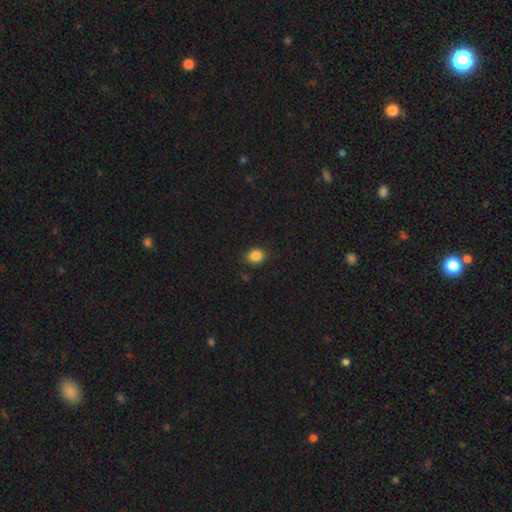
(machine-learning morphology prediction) Smooth or featured?
  - smooth: 85% *
  - star or artifact: 10%
  - featured or disk: 5%
How rounded?
  - round: 51% *
  - in between: 48%
  - cigar-shaped: 1%
Merging?
  - none: 85% *
  - minor disturbance: 12%
  - major disturbance: 3%
  - merger: 1%